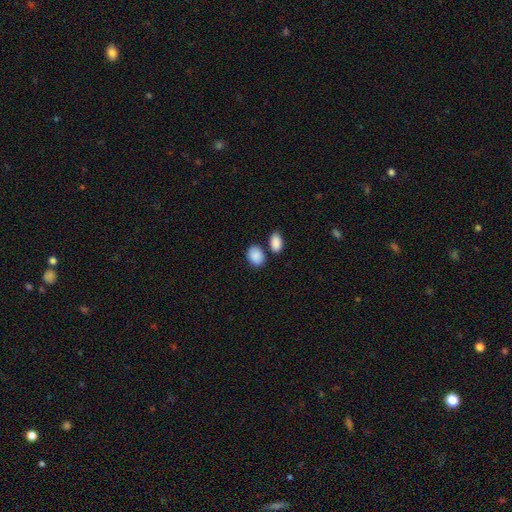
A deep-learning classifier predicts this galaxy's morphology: smooth 90%, star or artifact 7%, featured or disk 4%. Down the decision tree: how rounded — in between (77%); merging — none (67%).